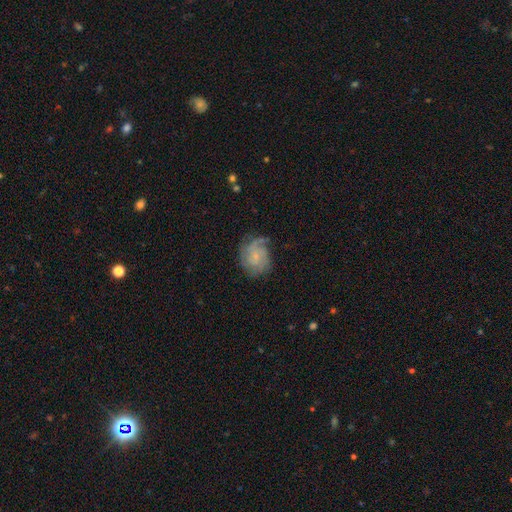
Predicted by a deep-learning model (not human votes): This appears to be a featured or disk galaxy (63%) with no bar (74%), tight (44%) spiral arms (89%) and a small central bulge (68%). Merging: none (61%).